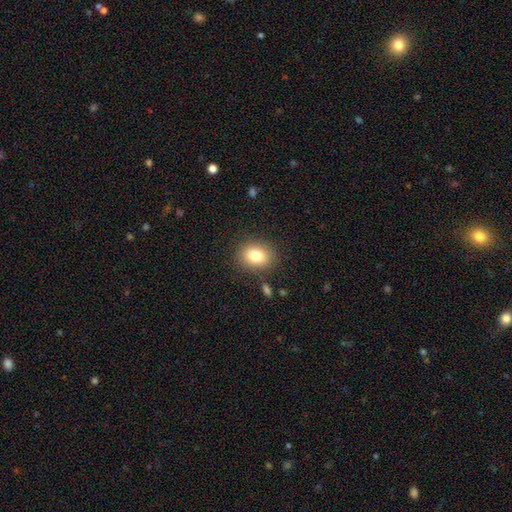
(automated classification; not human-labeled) Smooth or featured? Predicted: smooth (p=0.81). How rounded? Predicted: round (p=0.52). Merging? Predicted: none (p=0.85).